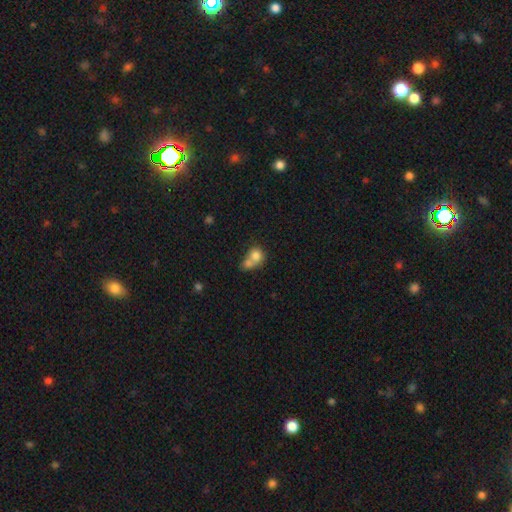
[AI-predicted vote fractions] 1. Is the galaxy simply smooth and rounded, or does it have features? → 76% smooth, 15% featured or disk, 10% star or artifact.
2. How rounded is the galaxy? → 68% round, 31% in between, 1% cigar-shaped.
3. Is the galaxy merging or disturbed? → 64% merger, 23% none, 8% minor disturbance, 5% major disturbance.